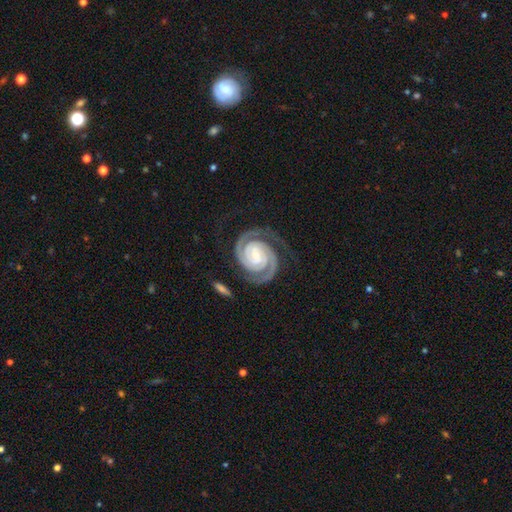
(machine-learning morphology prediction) The model was most divided on "bar": no: 48%, weak: 33%, strong: 20%. More confident: spiral arms — yes (99%); edge-on disk — no (98%); smooth or featured — featured or disk (93%); spiral arm count — 2 (91%); spiral winding — tight (78%); merging — none (77%); bulge size — small (67%).